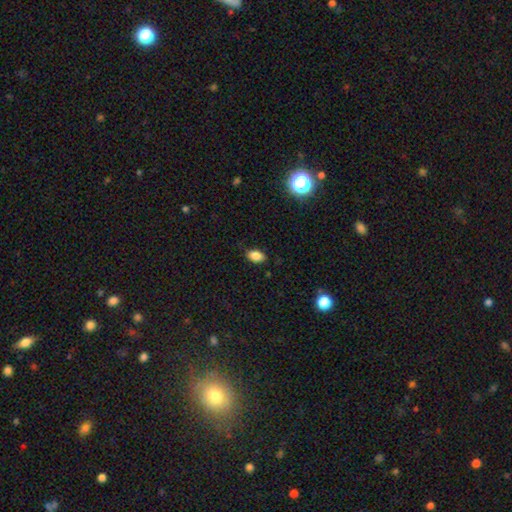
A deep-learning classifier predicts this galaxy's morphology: Smooth or featured? Predicted: smooth (p=0.85). How rounded? Predicted: in between (p=0.90). Merging? Predicted: none (p=0.83).